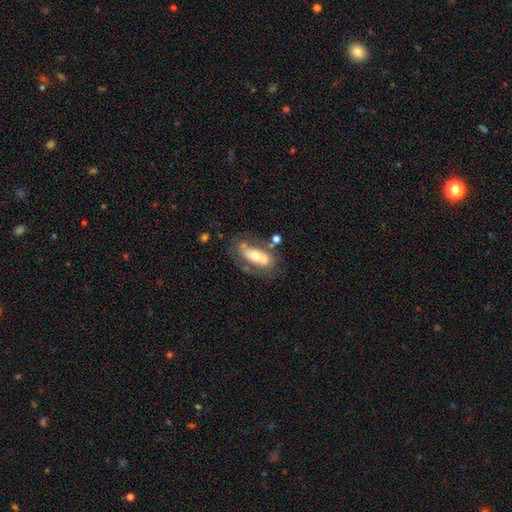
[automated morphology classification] smooth_or_featured: featured or disk (p=0.59) [alt: smooth p=0.33]
disk_edge_on: no (p=0.85) [alt: yes p=0.15]
bar: no (p=0.70) [alt: weak p=0.17]
has_spiral_arms: no (p=0.61) [alt: yes p=0.39]
bulge_size: moderate (p=0.63) [alt: small p=0.26]
merging: none (p=0.51) [alt: minor disturbance p=0.20]